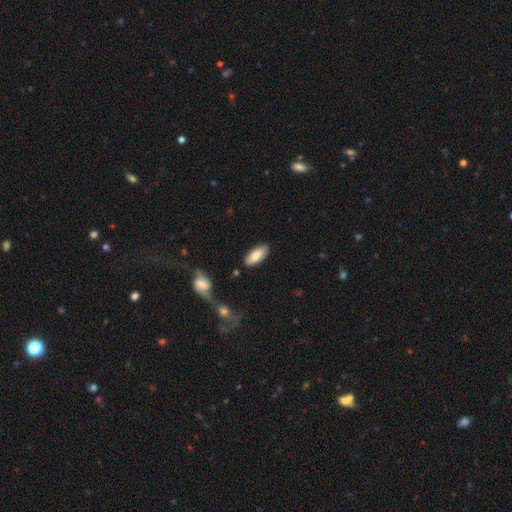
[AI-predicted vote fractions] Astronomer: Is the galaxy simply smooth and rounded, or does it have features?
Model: smooth — 80%.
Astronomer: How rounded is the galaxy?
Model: in between — 86%.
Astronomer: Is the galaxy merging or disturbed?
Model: none — 84%.